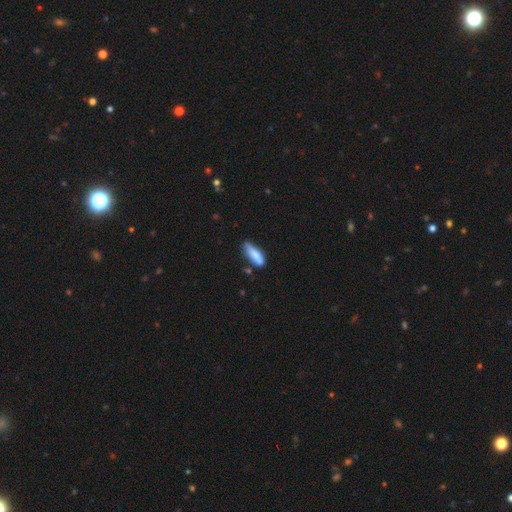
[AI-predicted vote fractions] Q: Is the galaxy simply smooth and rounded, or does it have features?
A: smooth — 74%.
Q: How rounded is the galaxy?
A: in between — 53%.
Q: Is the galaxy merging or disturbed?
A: none — 54%.